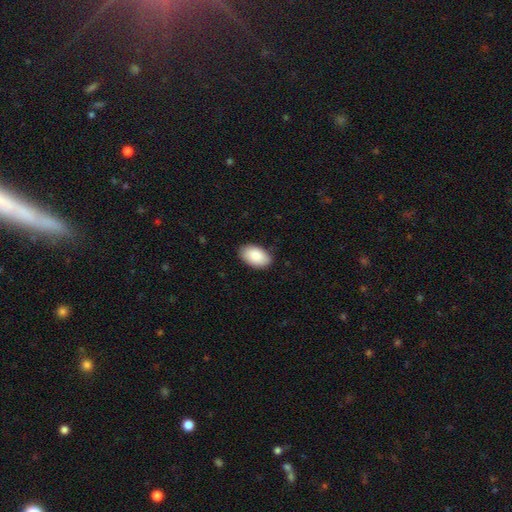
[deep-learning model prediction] A smooth galaxy with no disk features (89%) that is in between round and cigar-shaped (95%). Merging: none (85%).